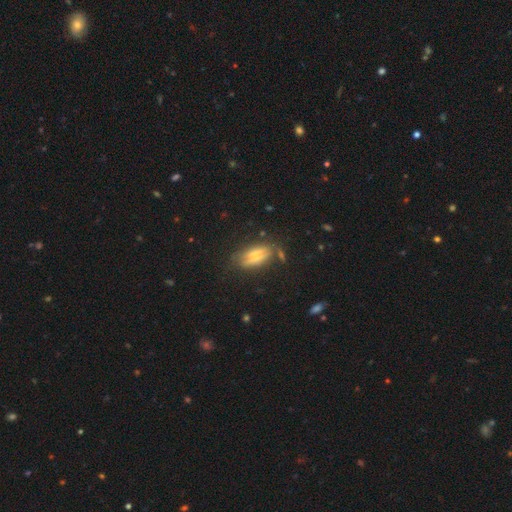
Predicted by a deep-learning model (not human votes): Smooth or featured: smooth — 54% (featured or disk — 34%)
How rounded: in between — 78% (cigar-shaped — 18%)
Merging: none — 60% (minor disturbance — 25%)